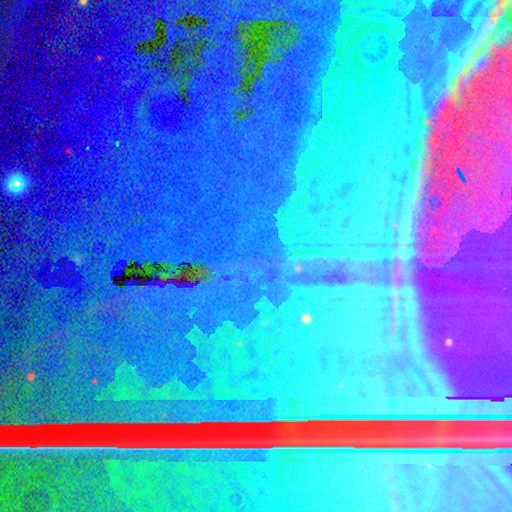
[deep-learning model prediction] smooth_or_featured: star or artifact (p=0.88) [alt: featured or disk p=0.07]